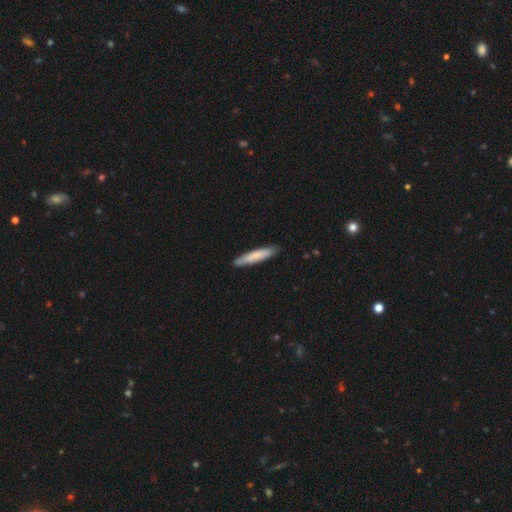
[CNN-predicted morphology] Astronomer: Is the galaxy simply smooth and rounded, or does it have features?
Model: smooth — 78%.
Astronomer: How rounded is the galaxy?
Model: cigar-shaped — 89%.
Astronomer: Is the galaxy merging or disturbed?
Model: none — 87%.